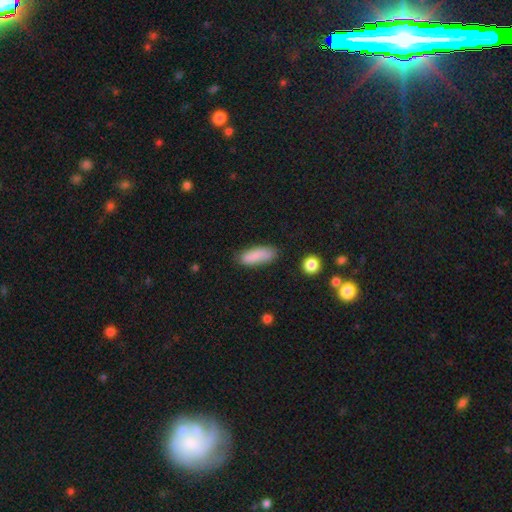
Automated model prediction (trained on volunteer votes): smooth_or_featured: smooth (p=0.85) [alt: featured or disk p=0.08]
how_rounded: in between (p=0.68) [alt: cigar-shaped p=0.30]
merging: none (p=0.75) [alt: minor disturbance p=0.18]